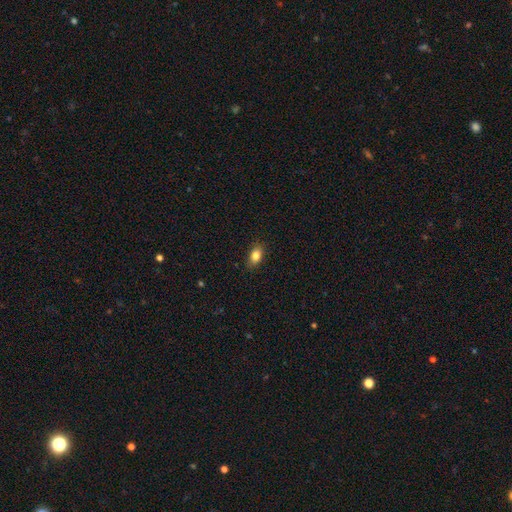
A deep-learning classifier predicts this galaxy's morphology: A smooth galaxy with no disk features (84%) that is in between round and cigar-shaped (83%).

Vote fractions:
- Smooth or featured? smooth: 84% / star or artifact: 9% / featured or disk: 8%
- How rounded? in between: 83% / round: 15% / cigar-shaped: 3%
- Merging? none: 86% / minor disturbance: 11% / major disturbance: 2% / merger: 1%